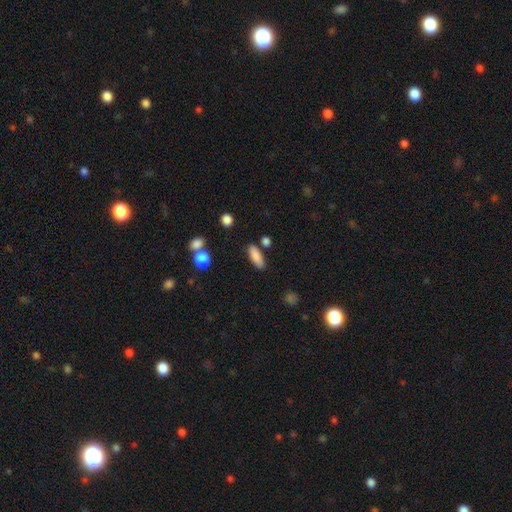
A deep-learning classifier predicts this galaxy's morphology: Smooth or featured? Predicted: smooth (p=0.86). How rounded? Predicted: in between (p=0.65). Merging? Predicted: none (p=0.80).